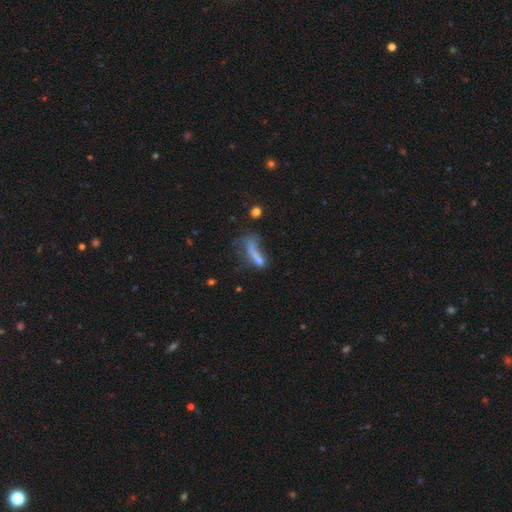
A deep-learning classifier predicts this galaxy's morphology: smooth_or_featured: smooth (p=0.58) [alt: featured or disk p=0.28]
how_rounded: cigar-shaped (p=0.66) [alt: in between p=0.30]
merging: major disturbance (p=0.40) [alt: none p=0.26]